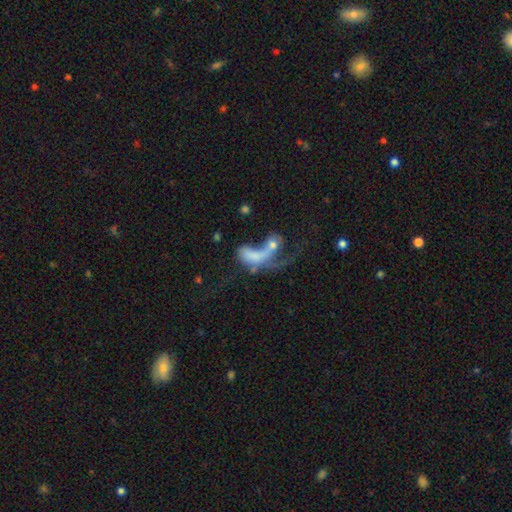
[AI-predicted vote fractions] Q: Smooth or featured?
A: smooth (47%); runner-up: featured or disk (40%)
Q: Merging?
A: merger (49%); runner-up: major disturbance (32%)